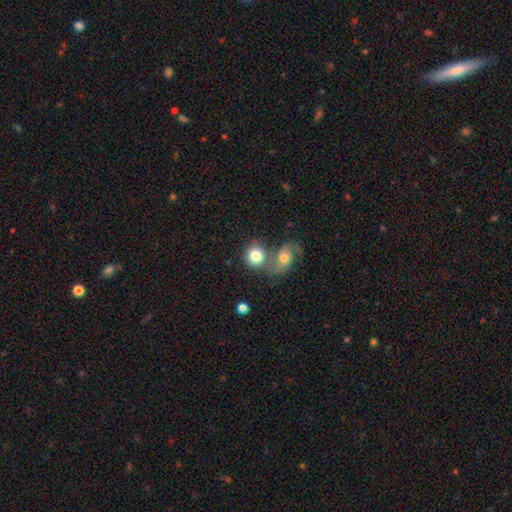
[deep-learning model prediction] This is likely a smooth galaxy (76%). How rounded: likely round (80%). Merging: possibly merger (46%).